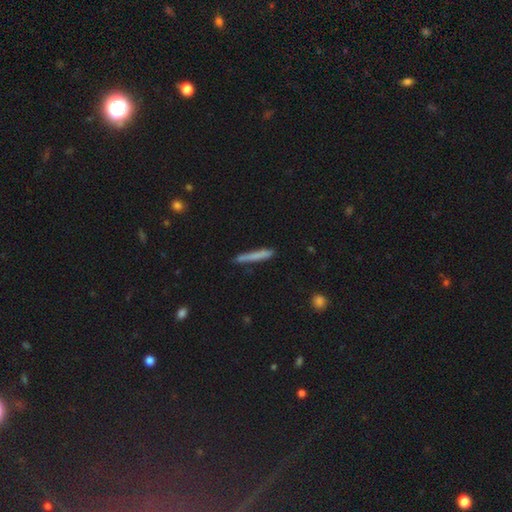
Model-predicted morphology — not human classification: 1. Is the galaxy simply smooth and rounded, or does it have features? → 73% smooth, 21% featured or disk, 7% star or artifact.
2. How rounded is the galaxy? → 96% cigar-shaped, 3% in between, 1% round.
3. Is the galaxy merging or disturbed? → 83% none, 12% minor disturbance, 2% major disturbance, 2% merger.